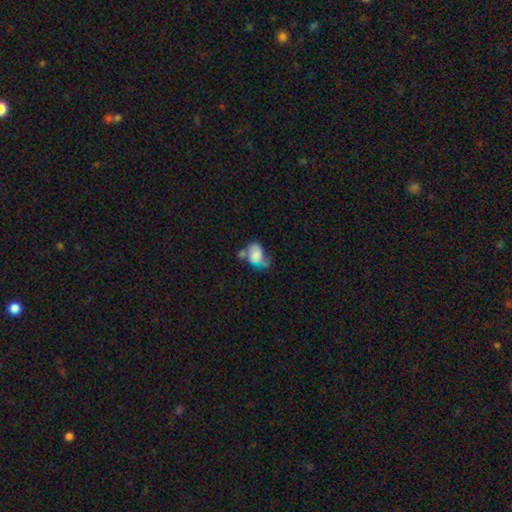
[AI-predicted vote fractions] smooth 59%, featured or disk 30%, star or artifact 10%. Down the decision tree: how rounded — in between (72%); merging — merger (29%).